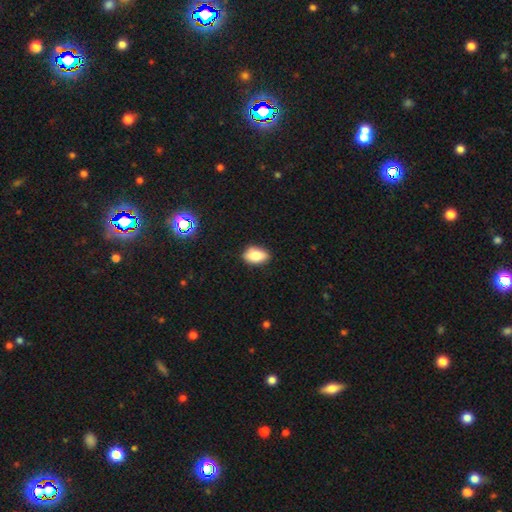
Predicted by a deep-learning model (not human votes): Smooth or featured?
  - smooth: 81% *
  - featured or disk: 10%
  - star or artifact: 9%
How rounded?
  - in between: 88% *
  - round: 10%
  - cigar-shaped: 3%
Merging?
  - none: 80% *
  - minor disturbance: 16%
  - major disturbance: 3%
  - merger: 1%